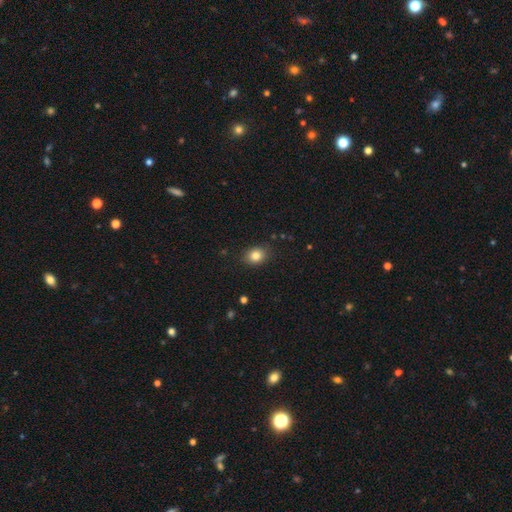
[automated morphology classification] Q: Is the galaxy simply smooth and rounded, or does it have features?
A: smooth — 83%.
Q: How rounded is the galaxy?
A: in between — 51%.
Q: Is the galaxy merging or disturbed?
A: none — 86%.